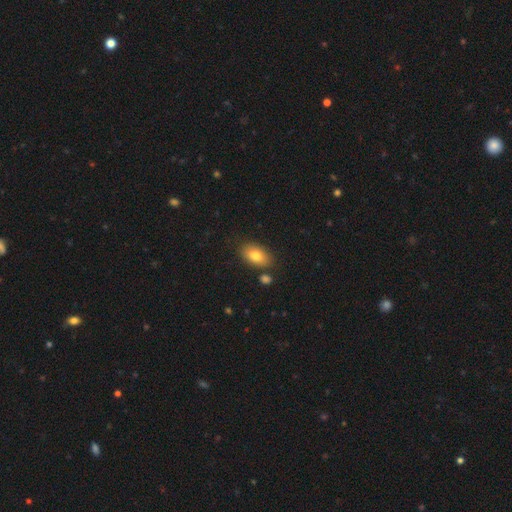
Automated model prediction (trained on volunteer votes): smooth_or_featured: smooth (p=0.80) [alt: featured or disk p=0.12]
how_rounded: in between (p=0.90) [alt: round p=0.09]
merging: none (p=0.79) [alt: minor disturbance p=0.12]